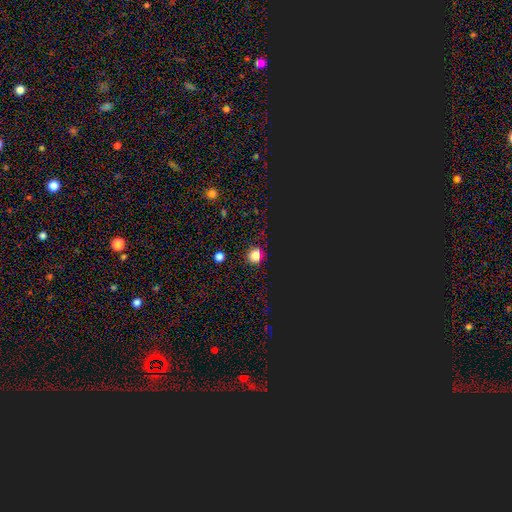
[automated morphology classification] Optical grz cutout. It shows a smooth galaxy with no disk features (61%) that is round (90%). Merging: none (86%).